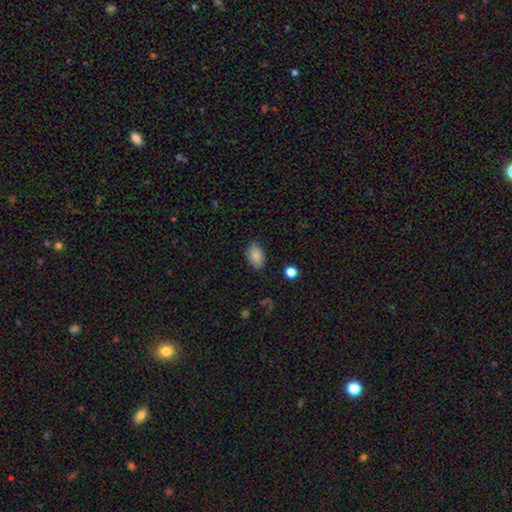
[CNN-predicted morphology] smooth 86%, star or artifact 8%, featured or disk 6%. Down the decision tree: how rounded — in between (88%); merging — none (84%).